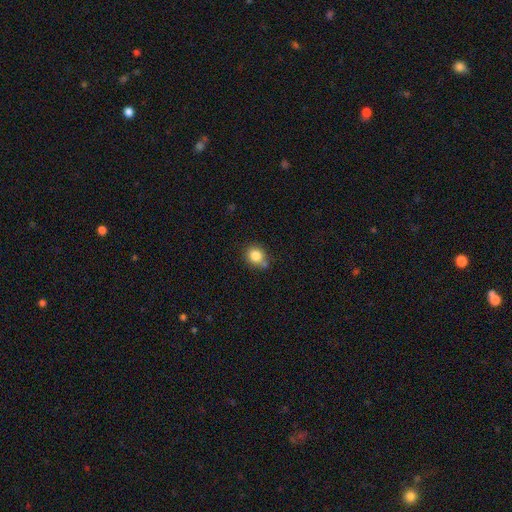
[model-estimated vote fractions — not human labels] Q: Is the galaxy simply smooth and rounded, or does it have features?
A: smooth — 84%.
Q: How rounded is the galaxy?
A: round — 74%.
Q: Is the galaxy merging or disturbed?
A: none — 66%.